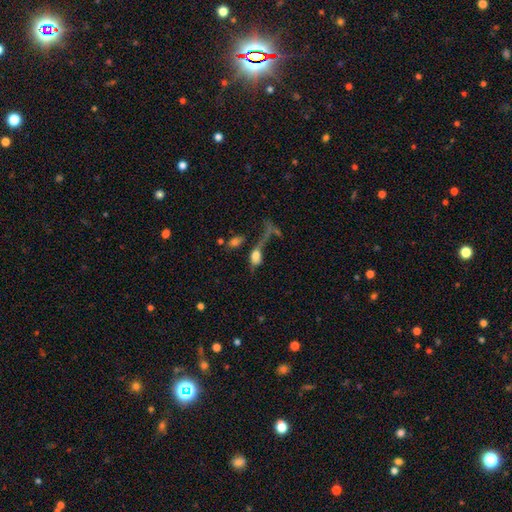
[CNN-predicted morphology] smooth-or-featured: smooth: 61% | featured or disk: 27% | star or artifact: 12%
  how-rounded: in between: 76% | round: 13% | cigar-shaped: 10%
  merging: major disturbance: 36% | merger: 26% | none: 25% | minor disturbance: 13%